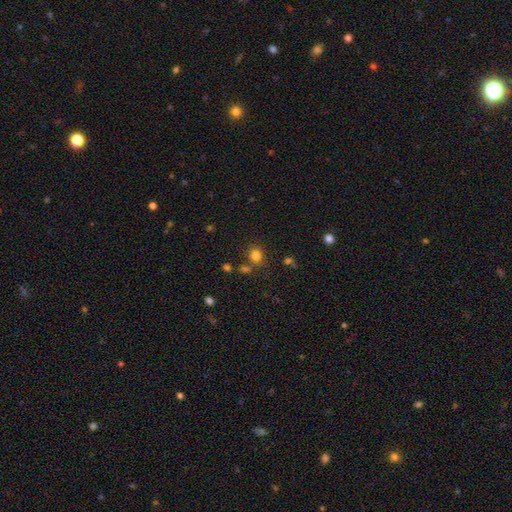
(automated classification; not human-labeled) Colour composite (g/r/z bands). It shows a smooth galaxy with no disk features (79%) that is round (72%). Merging: none (75%).